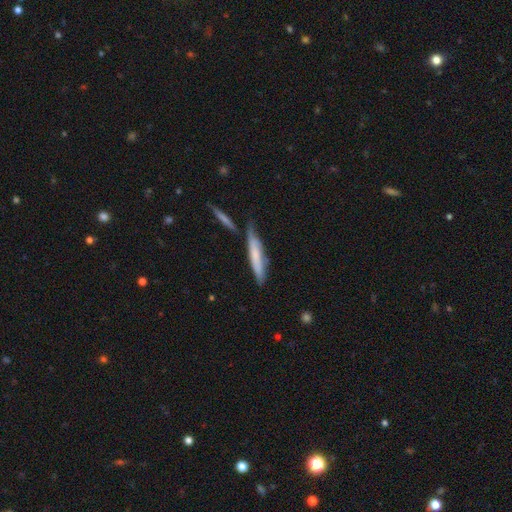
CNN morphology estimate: A smooth galaxy with no disk features (59%) that is cigar-shaped (88%).

Vote fractions:
- Smooth or featured? smooth: 59% / featured or disk: 35% / star or artifact: 6%
- How rounded? cigar-shaped: 88% / in between: 11% / round: 1%
- Merging? none: 50% / minor disturbance: 22% / merger: 20% / major disturbance: 7%